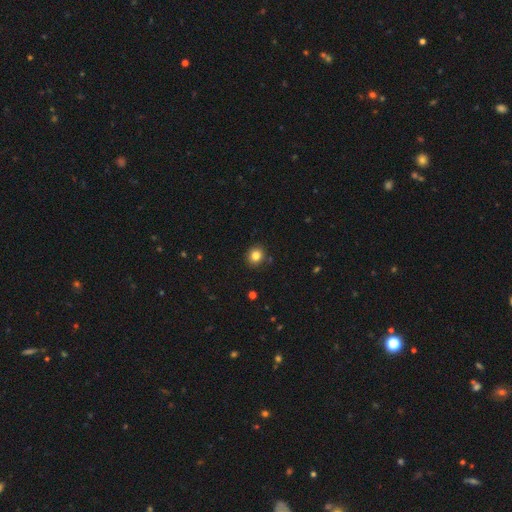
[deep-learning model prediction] Smooth or featured: smooth — 82% (star or artifact — 12%)
How rounded: round — 79% (in between — 20%)
Merging: none — 89% (minor disturbance — 7%)